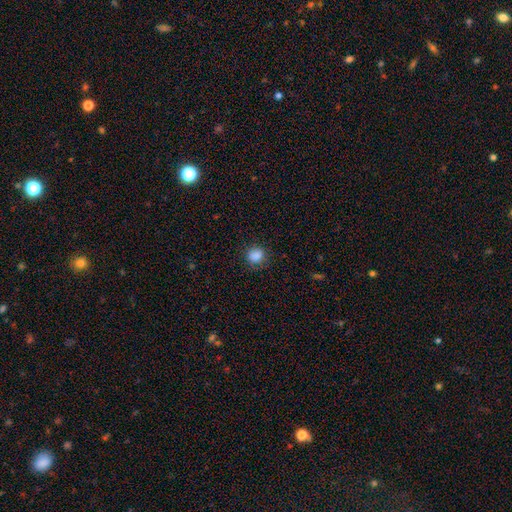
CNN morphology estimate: This appears to be a smooth galaxy with no disk features (87%) that is round (74%). Merging: none (78%).